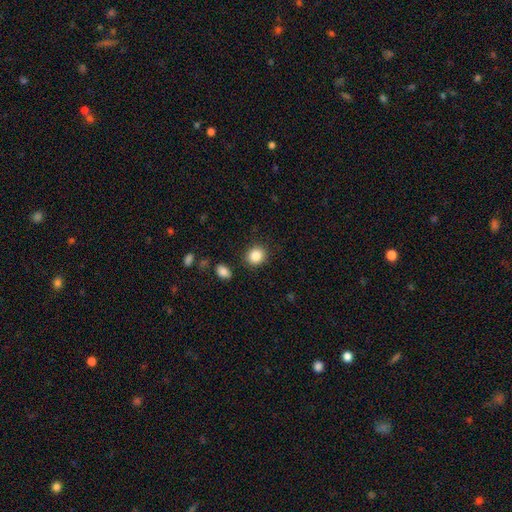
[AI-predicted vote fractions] This appears to be a smooth galaxy with no disk features (87%) that is round (74%). Merging: none (87%).